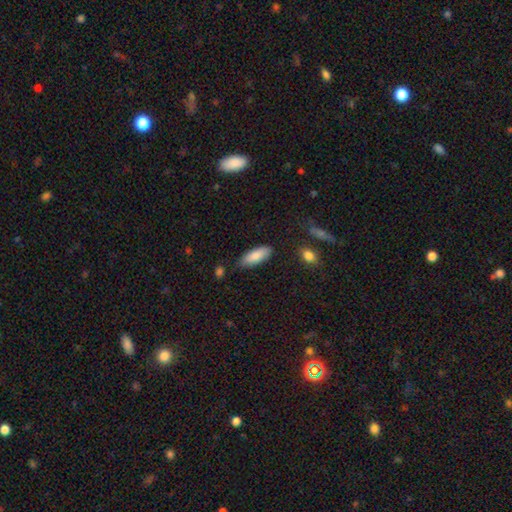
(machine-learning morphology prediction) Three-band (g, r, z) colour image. It shows a smooth galaxy with no disk features (86%) that is in between round and cigar-shaped (68%). Merging: none (82%).